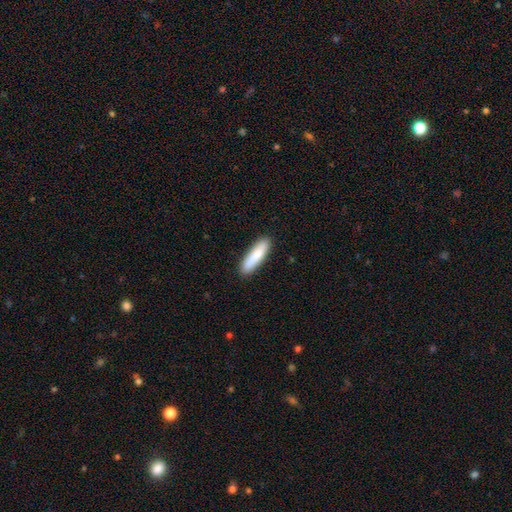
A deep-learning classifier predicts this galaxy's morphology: Overall: smooth (84%). How rounded: cigar-shaped (74%). Merging: none (88%).